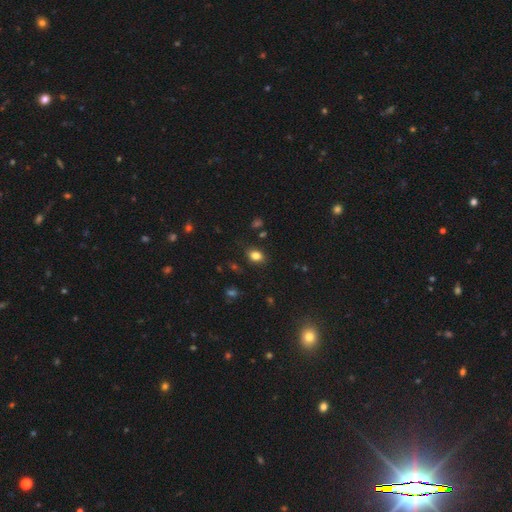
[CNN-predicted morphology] Smooth or featured: smooth — 82% (star or artifact — 12%)
How rounded: in between — 70% (round — 28%)
Merging: none — 83% (minor disturbance — 12%)